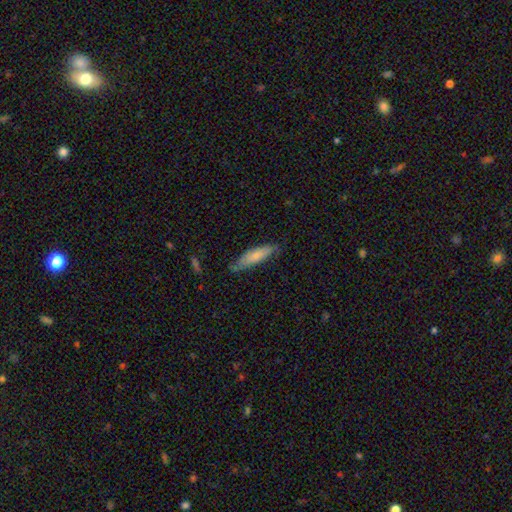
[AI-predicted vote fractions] Q: Smooth or featured?
A: smooth (74%); runner-up: featured or disk (21%)
Q: How rounded?
A: cigar-shaped (65%); runner-up: in between (34%)
Q: Merging?
A: none (69%); runner-up: minor disturbance (24%)